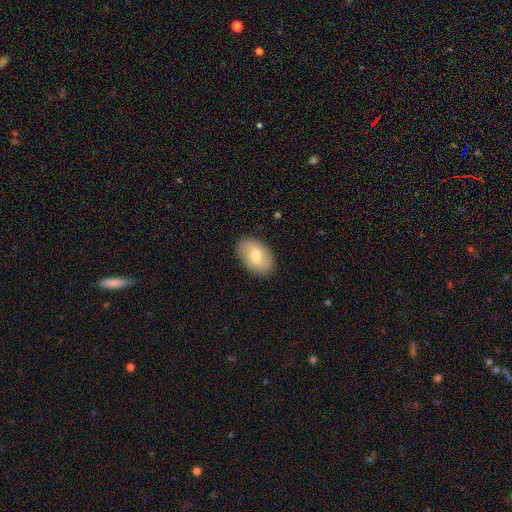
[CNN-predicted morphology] Smooth or featured: smooth — 61% (featured or disk — 32%)
How rounded: in between — 88% (round — 11%)
Merging: none — 86% (minor disturbance — 10%)